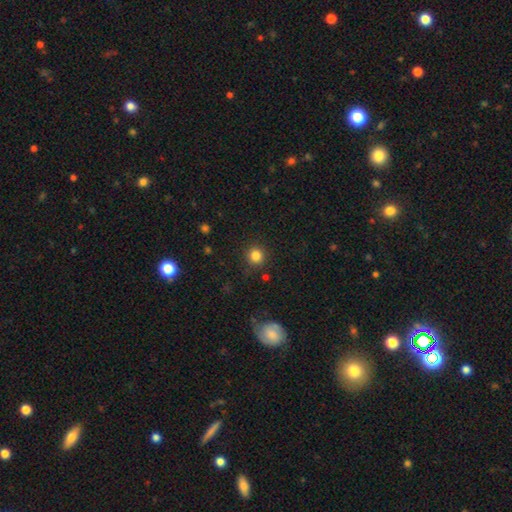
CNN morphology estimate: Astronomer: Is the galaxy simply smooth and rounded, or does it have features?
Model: smooth — 83%.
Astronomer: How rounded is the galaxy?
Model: round — 92%.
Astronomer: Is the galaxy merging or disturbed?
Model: none — 87%.